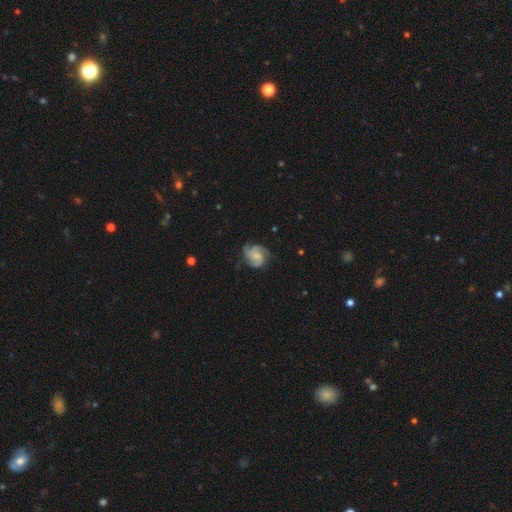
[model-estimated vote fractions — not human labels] A featured or disk galaxy (82%) with no bar (64%), 3 (61%) medium (46%) spiral arms (97%) and a small central bulge (40%). Merging: none (72%).